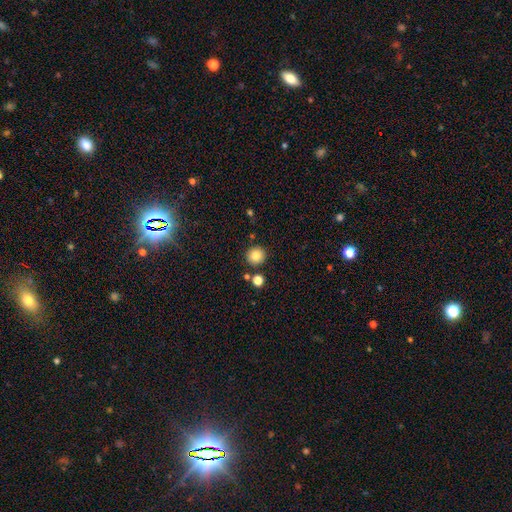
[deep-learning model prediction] The model was most divided on "smooth or featured": smooth: 83%, star or artifact: 11%, featured or disk: 7%. More confident: how rounded — round (92%); merging — none (86%).